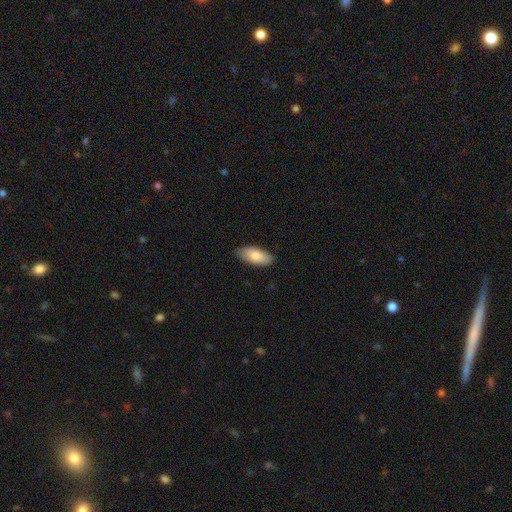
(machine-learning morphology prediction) The model was most divided on "smooth or featured": smooth: 83%, featured or disk: 12%, star or artifact: 6%. More confident: how rounded — in between (88%); merging — none (85%).